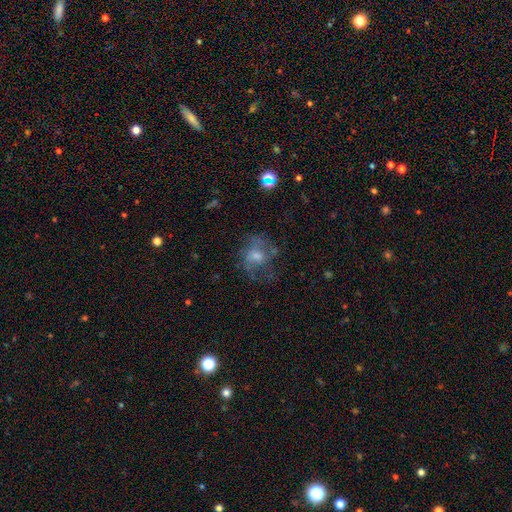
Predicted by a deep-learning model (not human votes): Smooth or featured: featured or disk — 50% (smooth — 34%)
Merging: none — 57% (major disturbance — 21%)